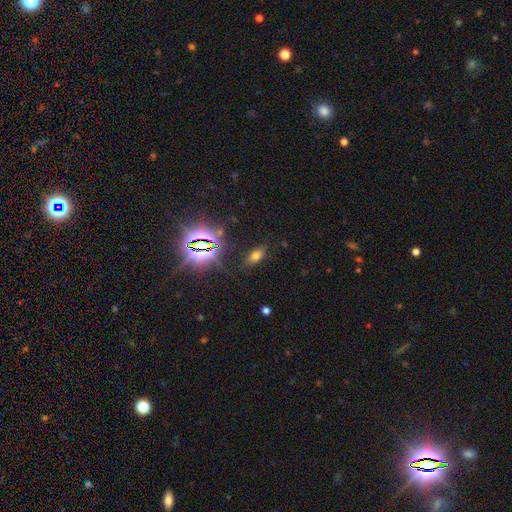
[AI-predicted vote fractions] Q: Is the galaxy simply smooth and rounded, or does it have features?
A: smooth — 56%.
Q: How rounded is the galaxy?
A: in between — 85%.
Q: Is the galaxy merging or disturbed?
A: none — 82%.